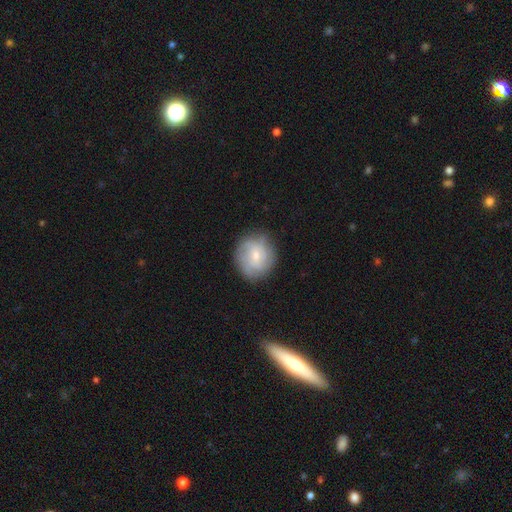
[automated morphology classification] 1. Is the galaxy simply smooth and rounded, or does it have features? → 53% featured or disk, 40% smooth, 7% star or artifact.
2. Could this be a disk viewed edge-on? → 97% no, 3% yes.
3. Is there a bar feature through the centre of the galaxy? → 63% no, 33% weak, 4% strong.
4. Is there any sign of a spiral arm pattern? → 81% yes, 19% no.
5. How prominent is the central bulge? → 61% small, 34% moderate, 2% none, 2% large, 1% dominant.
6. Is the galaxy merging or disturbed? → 79% none, 15% minor disturbance, 5% major disturbance, 1% merger.